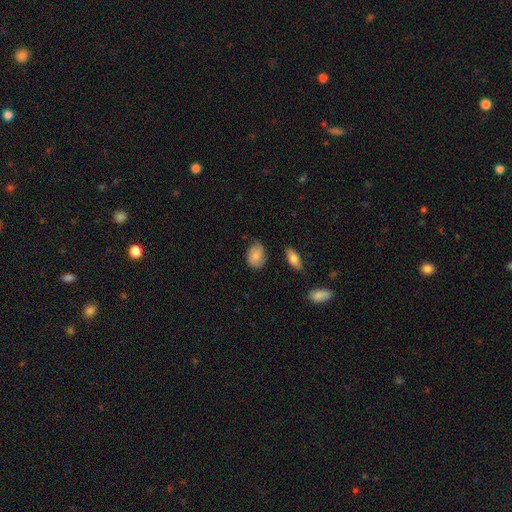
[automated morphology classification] Smooth or featured? smooth (83%)
How rounded? in between (76%)
Merging? none (70%)